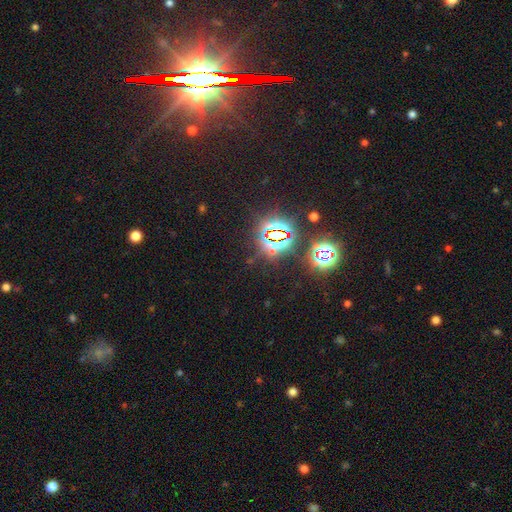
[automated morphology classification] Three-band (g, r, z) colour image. It shows a star or artifact, not a galaxy (83%).